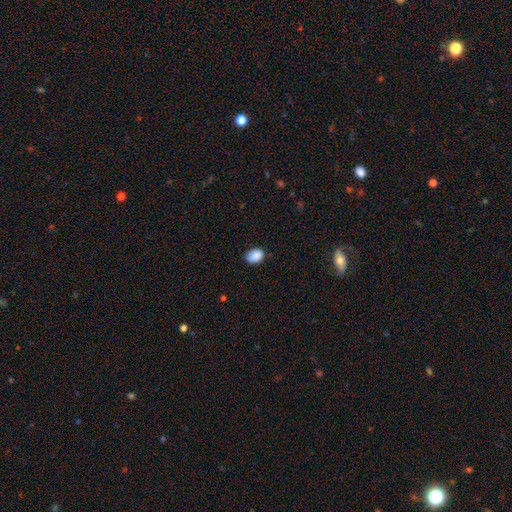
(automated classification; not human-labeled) Q: Smooth or featured?
A: smooth (88%); runner-up: star or artifact (8%)
Q: How rounded?
A: in between (74%); runner-up: round (25%)
Q: Merging?
A: none (76%); runner-up: minor disturbance (19%)